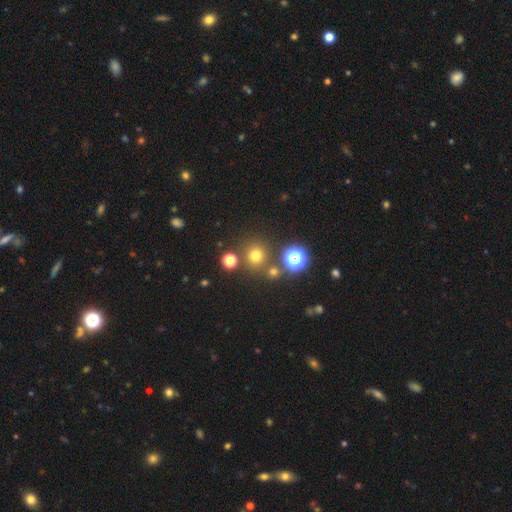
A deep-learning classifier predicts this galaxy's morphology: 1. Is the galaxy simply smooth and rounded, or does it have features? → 67% smooth, 26% star or artifact, 7% featured or disk.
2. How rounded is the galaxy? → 92% round, 7% in between, 1% cigar-shaped.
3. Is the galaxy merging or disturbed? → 81% none, 9% merger, 7% minor disturbance, 3% major disturbance.